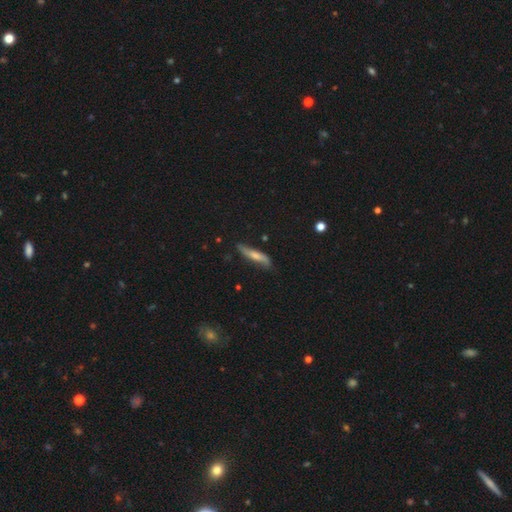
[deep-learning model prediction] Smooth or featured? smooth (53%)
How rounded? cigar-shaped (81%)
Merging? none (68%)